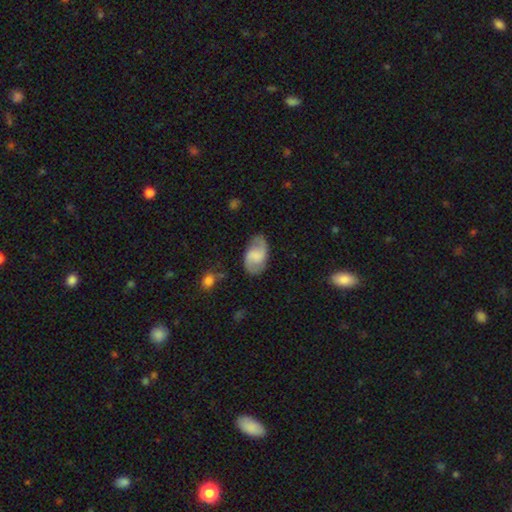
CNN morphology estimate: A featured or disk galaxy (62%) with a weak bar (49%), 2 (88%) medium (44%) spiral arms (91%) and no central bulge (40%).

Vote fractions:
- Smooth or featured? featured or disk: 62% / smooth: 31% / star or artifact: 7%
- Edge-on disk? no: 97% / yes: 3%
- Bar? weak: 49% / no: 38% / strong: 13%
- Spiral arms? yes: 91% / no: 9%
- Spiral winding? medium: 44% / loose: 40% / tight: 16%
- Spiral arm count? 2: 88% / can't tell: 6% / 1: 3% / 3: 1% / 4: 1% / more than 4: 1%
- Bulge size? none: 40% / small: 26% / moderate: 21% / large: 10% / dominant: 2%
- Merging? none: 74% / minor disturbance: 18% / major disturbance: 6% / merger: 2%